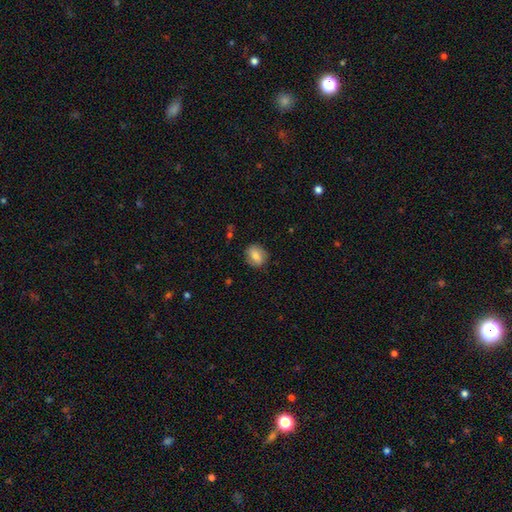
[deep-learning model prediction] The model was most divided on "how rounded": round: 52%, in between: 46%, cigar-shaped: 2%. More confident: merging — none (82%); smooth or featured — smooth (74%).